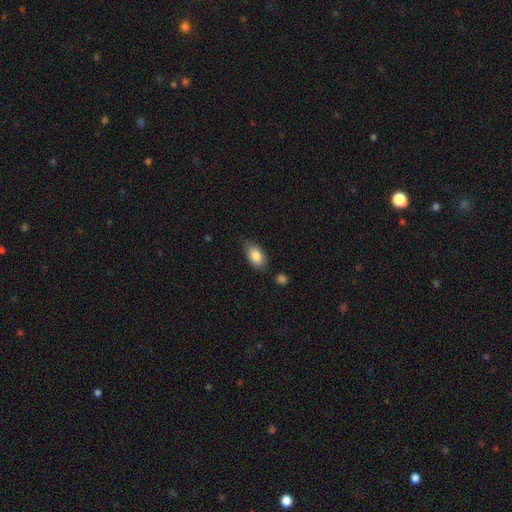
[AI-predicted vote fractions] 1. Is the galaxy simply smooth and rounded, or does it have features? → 86% smooth, 7% featured or disk, 7% star or artifact.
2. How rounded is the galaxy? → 92% in between, 5% round, 3% cigar-shaped.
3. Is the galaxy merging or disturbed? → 77% none, 17% minor disturbance, 3% major disturbance, 3% merger.